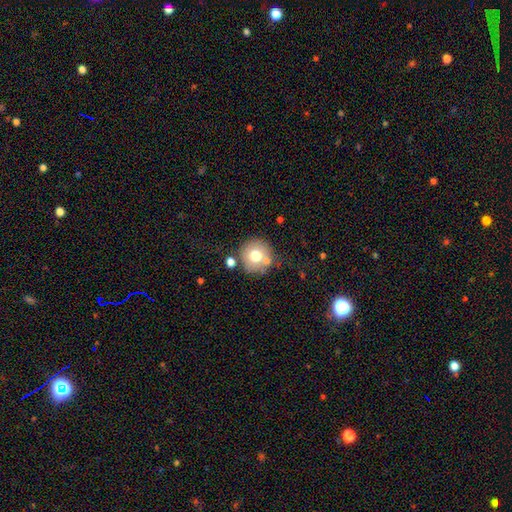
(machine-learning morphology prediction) This is likely a smooth galaxy (69%). How rounded: clearly round (93%). Merging: likely none (71%).